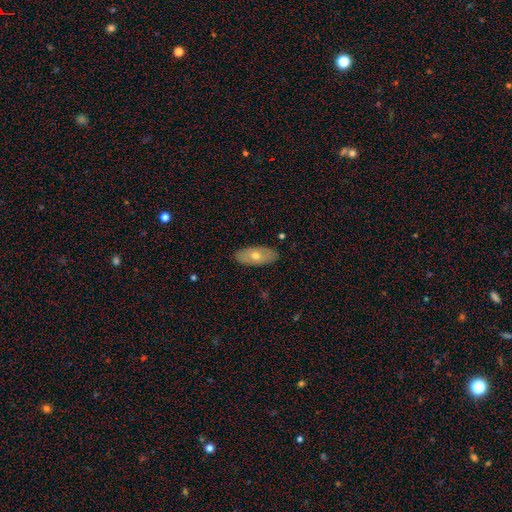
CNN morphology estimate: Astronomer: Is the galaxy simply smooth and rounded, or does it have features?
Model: smooth — 58% (runner-up: featured or disk, 36%).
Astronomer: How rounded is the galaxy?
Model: in between — 86%.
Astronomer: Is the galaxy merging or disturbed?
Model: none — 88%.